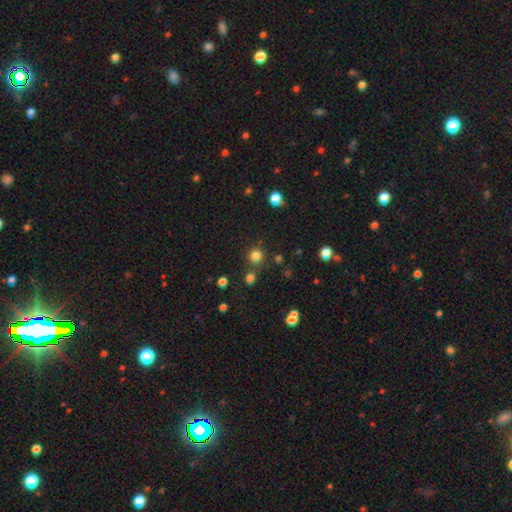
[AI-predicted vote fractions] The model was most divided on "smooth or featured": smooth: 79%, star or artifact: 17%, featured or disk: 5%. More confident: how rounded — round (93%); merging — none (78%).